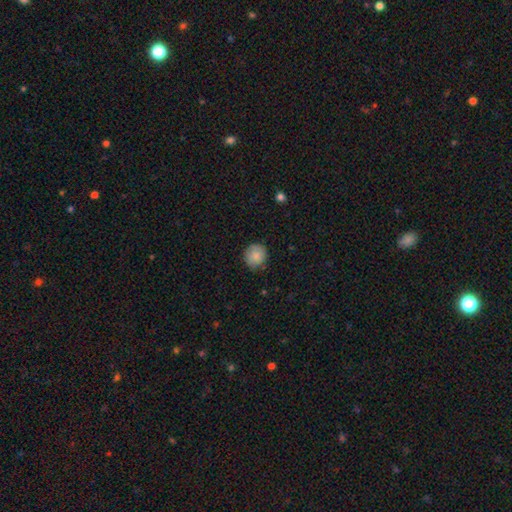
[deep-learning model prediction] Overall: smooth (86%). How rounded: round (90%). Merging: none (82%).